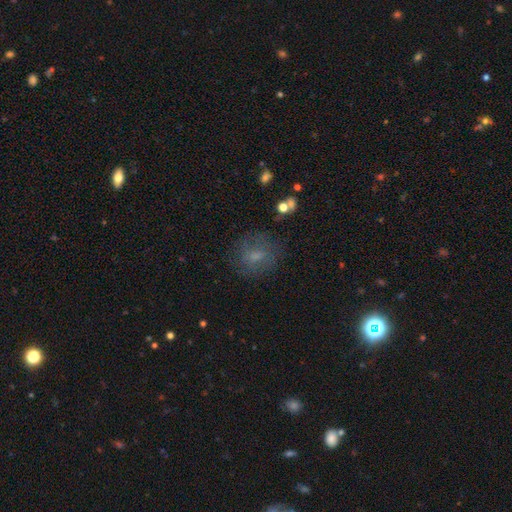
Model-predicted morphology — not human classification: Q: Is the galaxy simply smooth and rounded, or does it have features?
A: smooth — 55%.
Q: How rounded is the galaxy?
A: round — 70%.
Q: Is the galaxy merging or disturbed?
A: none — 72%.